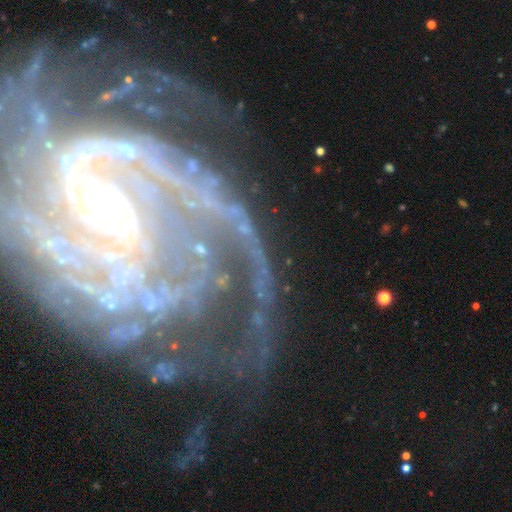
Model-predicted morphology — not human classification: This is likely a featured or disk galaxy (74%). It is clearly not viewed edge-on (93%). Bar: possibly no (50%). Spiral arm pattern: clearly yes (89%). Spiral arm count: marginally can't tell (26%). Spiral winding: possibly tight (56%). Central bulge: possibly small (54%). Merging: possibly none (59%).